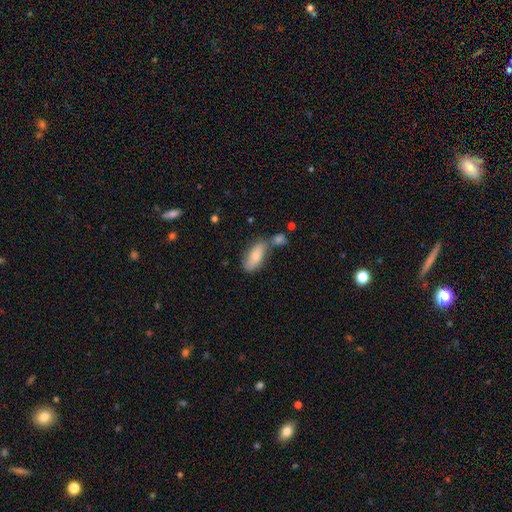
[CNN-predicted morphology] Smooth or featured: smooth — 76% (featured or disk — 17%)
How rounded: in between — 84% (cigar-shaped — 13%)
Merging: none — 50% (merger — 27%)